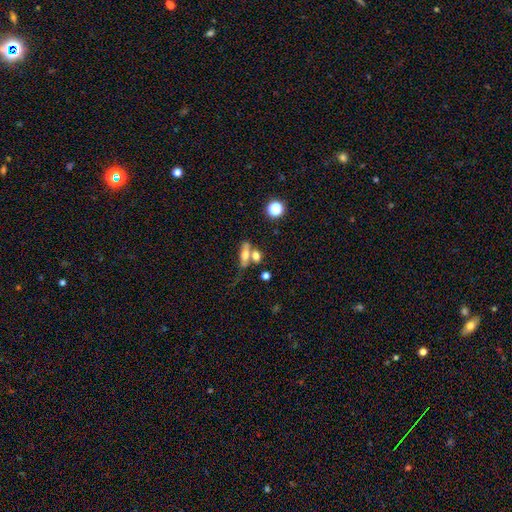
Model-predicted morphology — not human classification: Smooth or featured: smooth — 62% (featured or disk — 26%)
How rounded: in between — 59% (cigar-shaped — 22%)
Merging: merger — 47% (none — 35%)